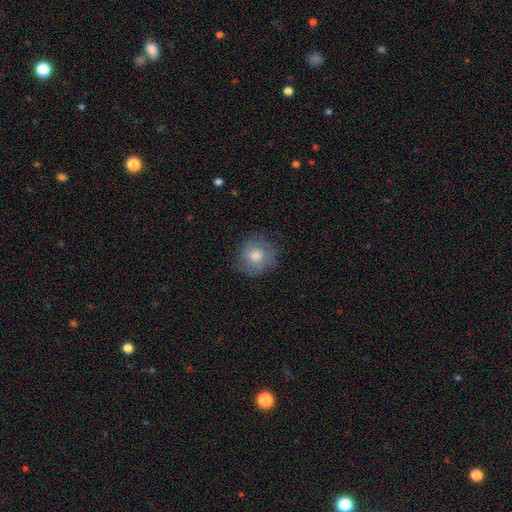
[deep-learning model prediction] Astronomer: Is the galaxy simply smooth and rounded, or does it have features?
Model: smooth — 72%.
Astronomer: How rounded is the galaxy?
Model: round — 88%.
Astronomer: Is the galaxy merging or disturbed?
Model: none — 75%.